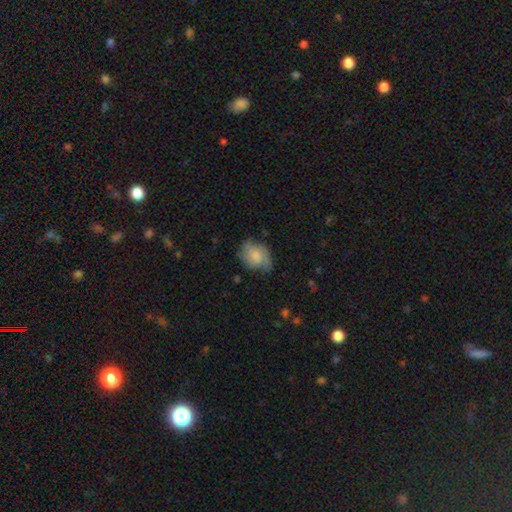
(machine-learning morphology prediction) Q: Smooth or featured?
A: smooth (58%); runner-up: featured or disk (34%)
Q: How rounded?
A: in between (55%); runner-up: round (44%)
Q: Merging?
A: none (56%); runner-up: minor disturbance (31%)